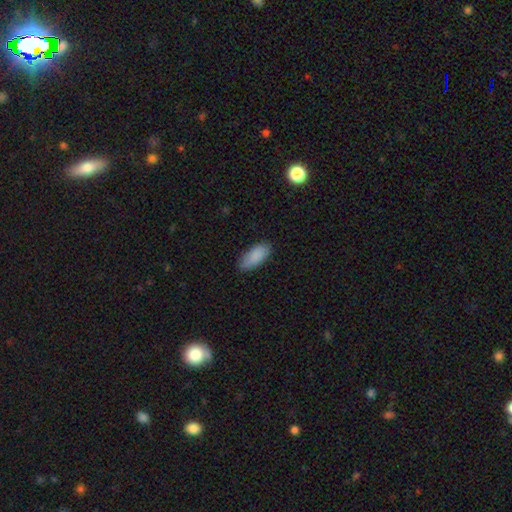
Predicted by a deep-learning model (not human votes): This appears to be a smooth galaxy with no disk features (89%) that is in between round and cigar-shaped (87%). Merging: none (83%).